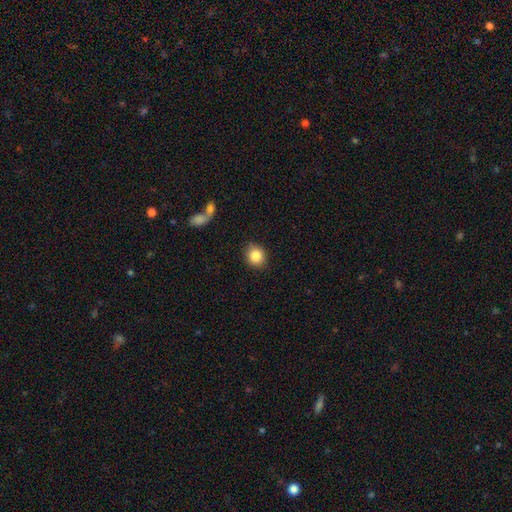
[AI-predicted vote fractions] smooth 85%, star or artifact 9%, featured or disk 6%. Down the decision tree: how rounded — round (74%); merging — none (85%).